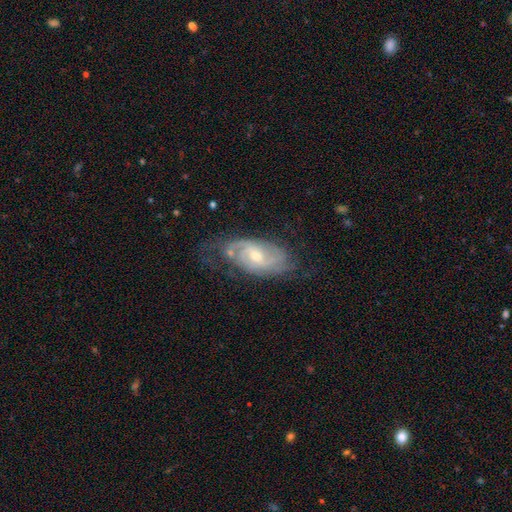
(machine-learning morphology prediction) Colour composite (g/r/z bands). It shows a featured or disk galaxy (80%) with no bar (48%), 2 (52%) tight (48%) spiral arms (93%) and a moderate central bulge (49%). Merging: none (59%).